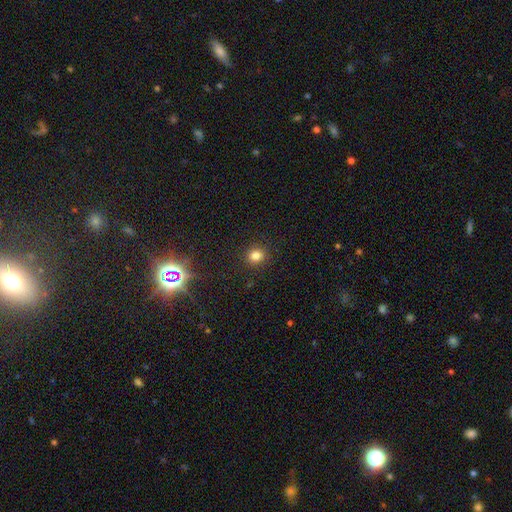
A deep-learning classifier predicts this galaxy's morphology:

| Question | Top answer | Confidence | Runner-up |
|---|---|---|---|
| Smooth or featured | smooth | 81% | star or artifact (14%) |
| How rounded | round | 78% | in between (21%) |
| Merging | none | 90% | minor disturbance (6%) |